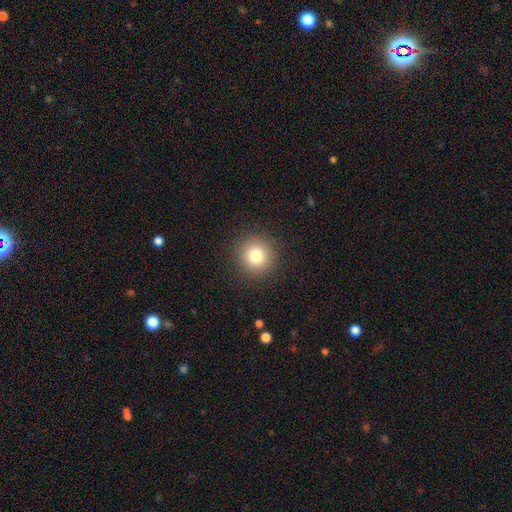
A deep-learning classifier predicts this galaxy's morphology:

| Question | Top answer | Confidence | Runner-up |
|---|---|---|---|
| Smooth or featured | smooth | 80% | star or artifact (12%) |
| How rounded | round | 94% | in between (5%) |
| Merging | none | 91% | minor disturbance (6%) |